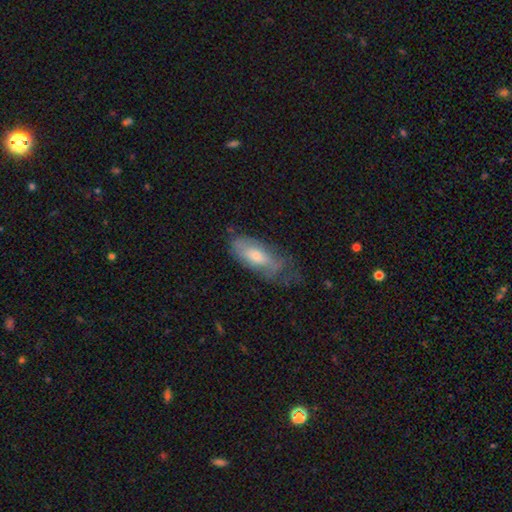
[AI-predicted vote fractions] The model was most divided on "merging": none: 44%, minor disturbance: 34%, major disturbance: 20%, merger: 2%. More confident: how rounded — in between (77%); smooth or featured — smooth (55%).